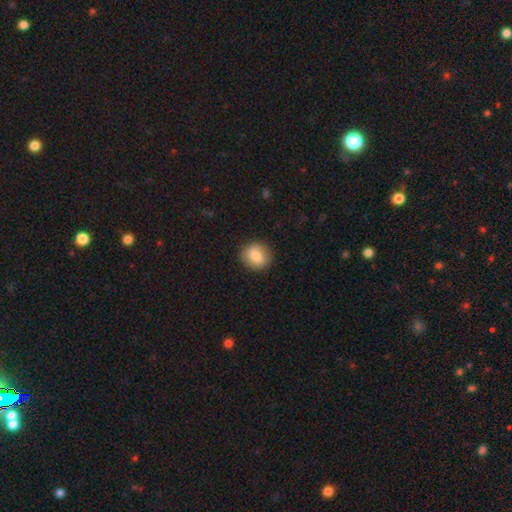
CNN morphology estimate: smooth_or_featured: smooth (p=0.78) [alt: featured or disk p=0.15]
how_rounded: round (p=0.79) [alt: in between p=0.19]
merging: none (p=0.85) [alt: minor disturbance p=0.11]